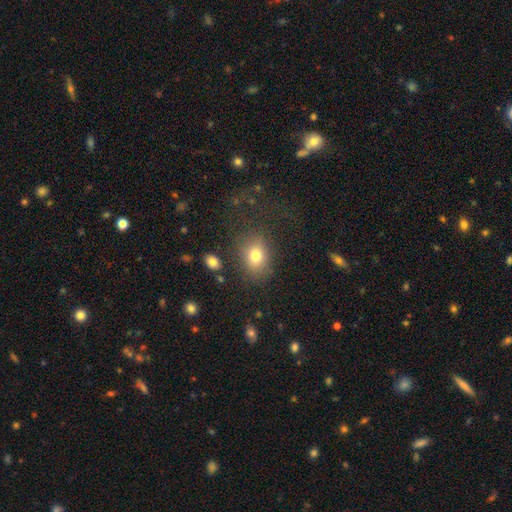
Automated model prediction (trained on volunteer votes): The model was most divided on "how rounded": in between: 62%, round: 37%, cigar-shaped: 1%. More confident: merging — none (77%); smooth or featured — smooth (77%).